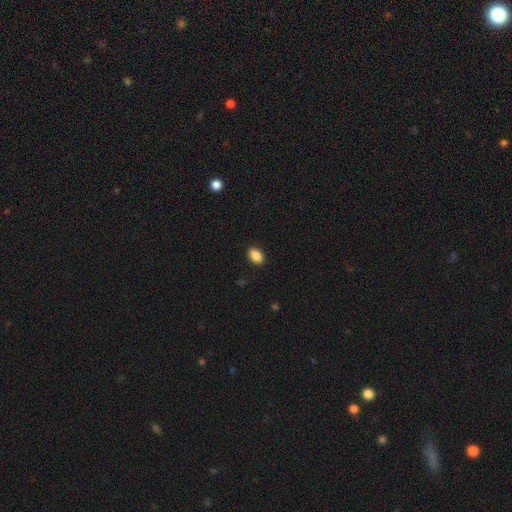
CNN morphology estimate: Q: Smooth or featured?
A: smooth (89%); runner-up: star or artifact (8%)
Q: How rounded?
A: in between (88%); runner-up: round (11%)
Q: Merging?
A: none (90%); runner-up: minor disturbance (7%)